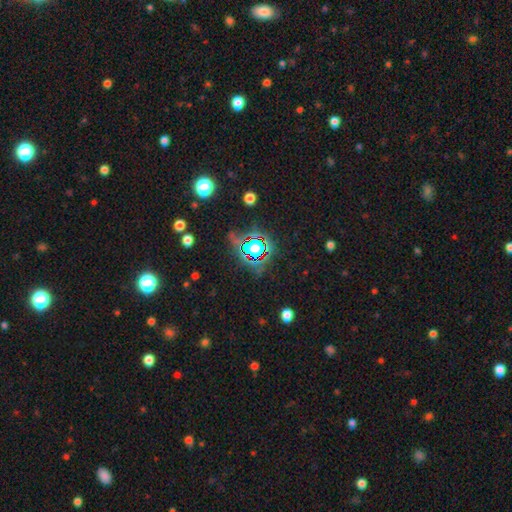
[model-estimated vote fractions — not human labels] Smooth or featured? star or artifact (79%)